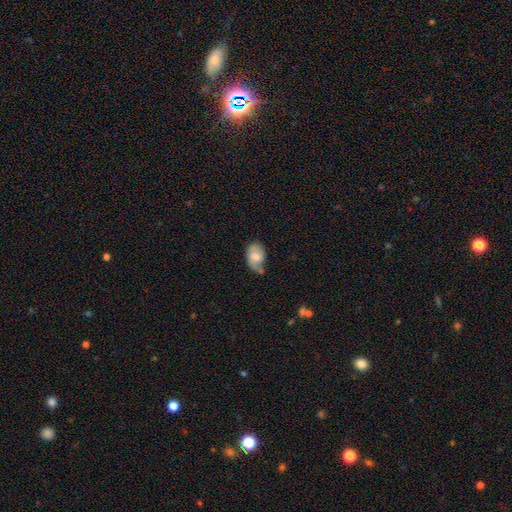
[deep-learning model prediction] A smooth galaxy with no disk features (52%) that is in between round and cigar-shaped (83%). Merging: none (39%).